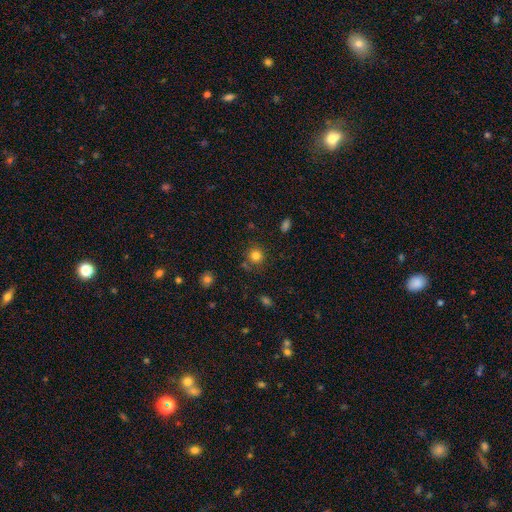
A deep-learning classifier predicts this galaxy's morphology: The model was most divided on "smooth or featured": smooth: 81%, star or artifact: 13%, featured or disk: 6%. More confident: how rounded — round (91%); merging — none (81%).